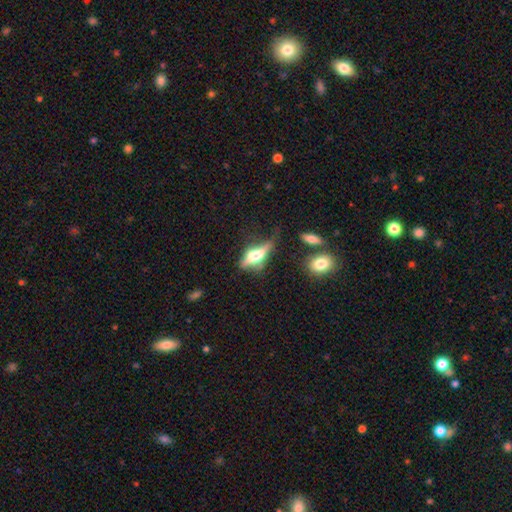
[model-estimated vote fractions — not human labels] A featured or disk galaxy (53%) viewed edge-on (85%). Merging: none (48%).